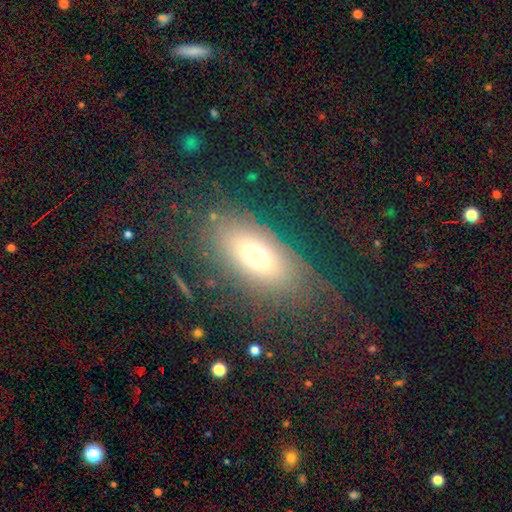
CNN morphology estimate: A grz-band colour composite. It shows a smooth galaxy with no disk features (60%) that is in between round and cigar-shaped (85%). Merging: none (67%).